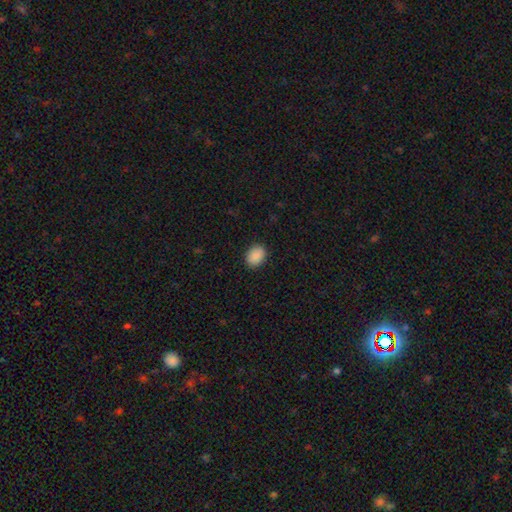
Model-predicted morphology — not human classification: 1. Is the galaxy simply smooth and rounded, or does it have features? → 90% smooth, 7% star or artifact, 3% featured or disk.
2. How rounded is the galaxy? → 69% in between, 30% round, 1% cigar-shaped.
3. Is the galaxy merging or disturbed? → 89% none, 8% minor disturbance, 2% major disturbance, 1% merger.